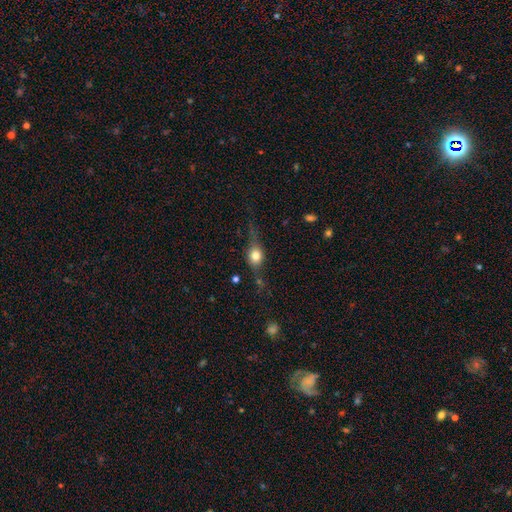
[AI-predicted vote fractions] The model was most divided on "smooth or featured": smooth: 48%, featured or disk: 41%, star or artifact: 11%. More confident: merging — none (63%).